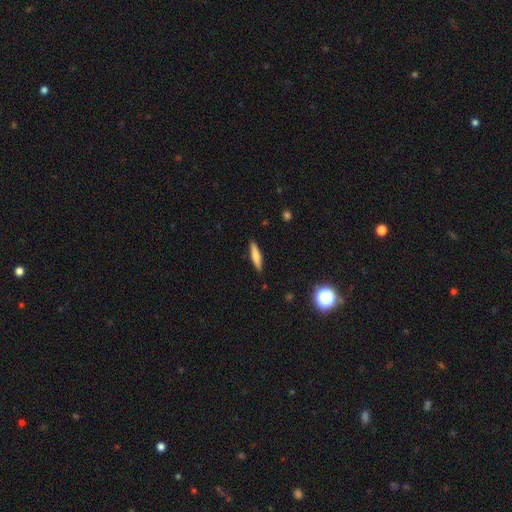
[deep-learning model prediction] The model was most divided on "smooth or featured": smooth: 70%, featured or disk: 23%, star or artifact: 7%. More confident: merging — none (89%); how rounded — cigar-shaped (83%).